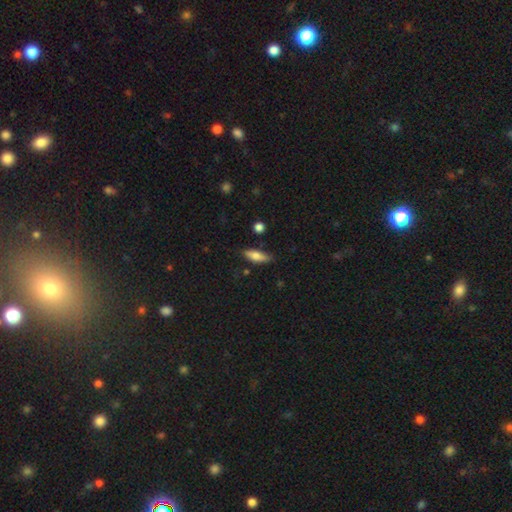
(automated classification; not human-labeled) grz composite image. It shows a smooth galaxy with no disk features (70%) that is in between round and cigar-shaped (53%). Merging: none (74%).